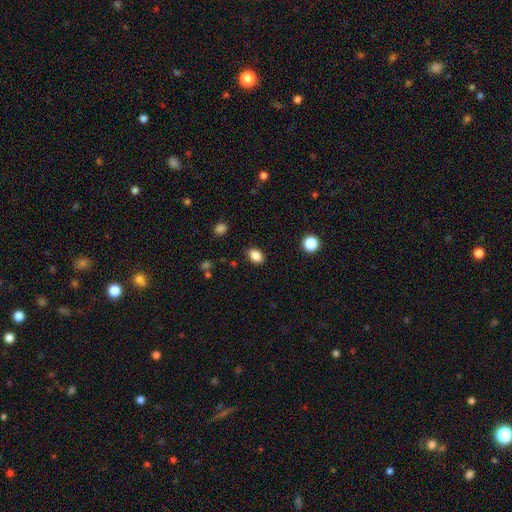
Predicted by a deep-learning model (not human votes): A smooth galaxy with no disk features (86%) that is in between round and cigar-shaped (78%). Merging: none (87%).